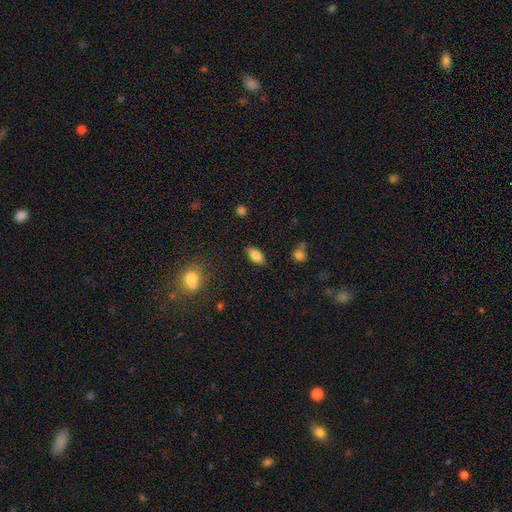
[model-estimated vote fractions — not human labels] Overall: smooth (81%). How rounded: in between (87%). Merging: none (84%).